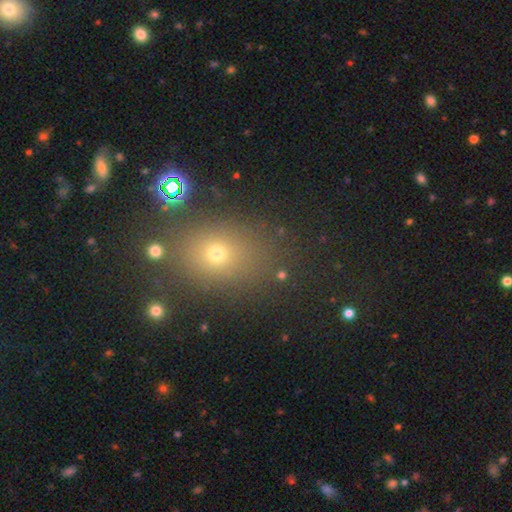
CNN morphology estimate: Smooth or featured? Predicted: smooth (p=0.58). How rounded? Predicted: in between (p=0.50). Merging? Predicted: none (p=0.83).